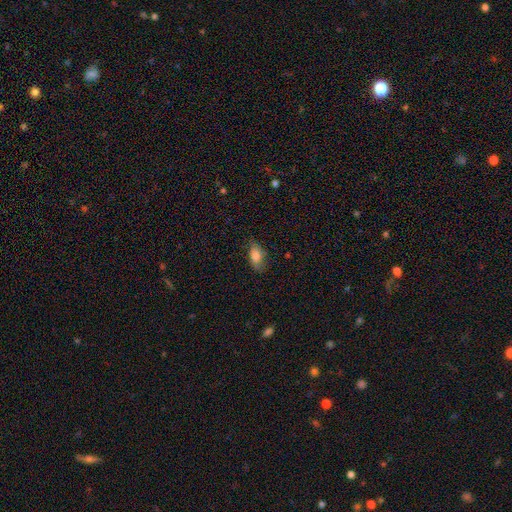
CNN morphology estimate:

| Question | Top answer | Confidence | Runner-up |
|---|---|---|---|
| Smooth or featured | smooth | 79% | featured or disk (13%) |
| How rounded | in between | 89% | round (6%) |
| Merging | none | 74% | minor disturbance (20%) |